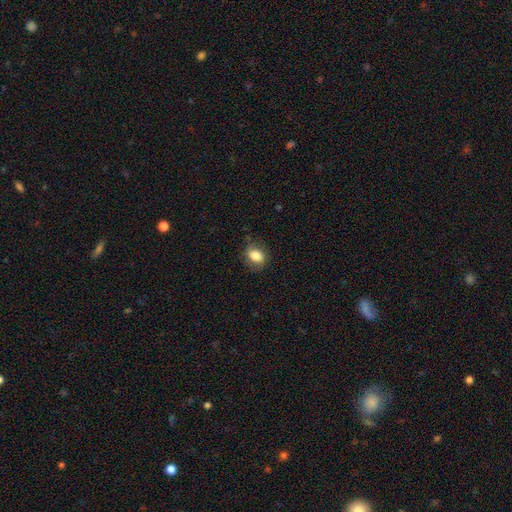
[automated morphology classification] smooth 82%, featured or disk 10%, star or artifact 9%. Down the decision tree: how rounded — in between (63%); merging — none (75%).